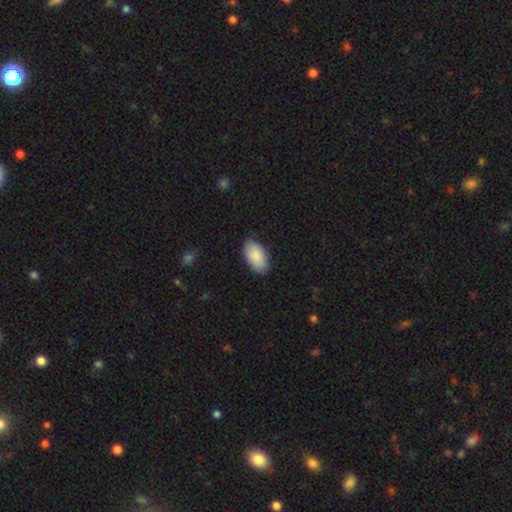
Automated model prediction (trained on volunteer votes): Overall: smooth (88%). How rounded: in between (96%). Merging: none (82%).